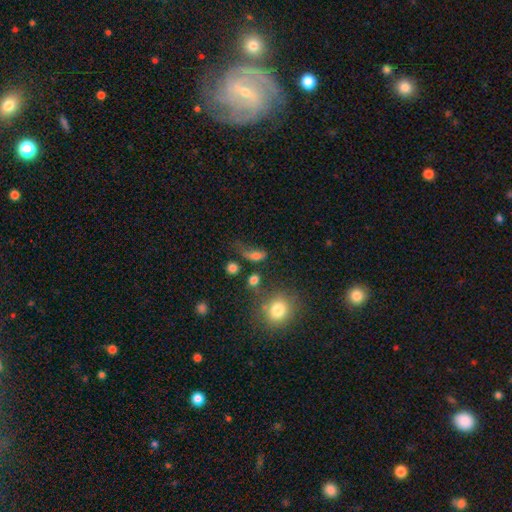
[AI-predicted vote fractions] Overall: smooth (70%). How rounded: in between (69%). Merging: major disturbance (34%; none 31%).